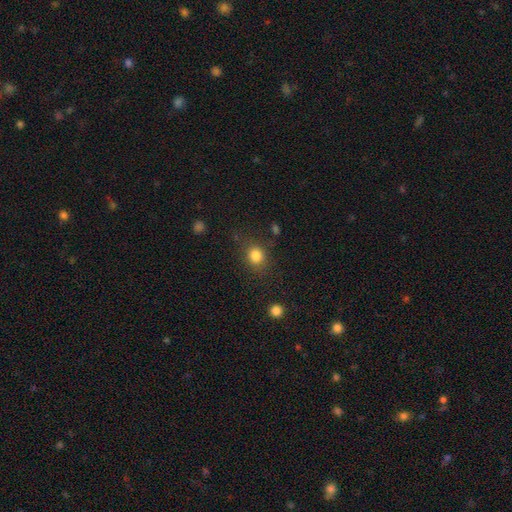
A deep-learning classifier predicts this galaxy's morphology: Smooth or featured? smooth (83%)
How rounded? round (70%)
Merging? none (77%)